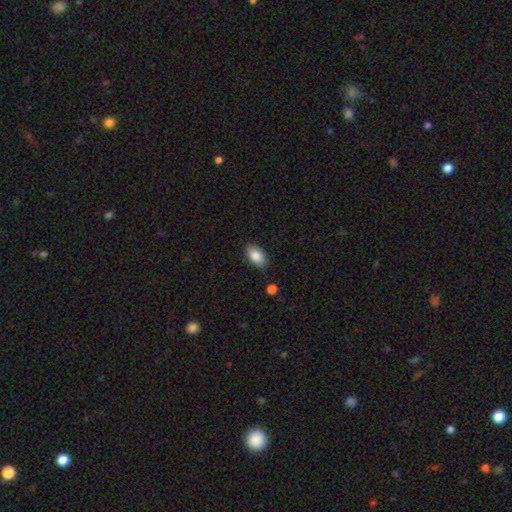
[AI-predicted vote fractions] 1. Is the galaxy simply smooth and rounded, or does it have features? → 85% smooth, 8% featured or disk, 7% star or artifact.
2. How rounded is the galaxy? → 93% in between, 4% round, 2% cigar-shaped.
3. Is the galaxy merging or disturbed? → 86% none, 10% minor disturbance, 2% major disturbance, 2% merger.